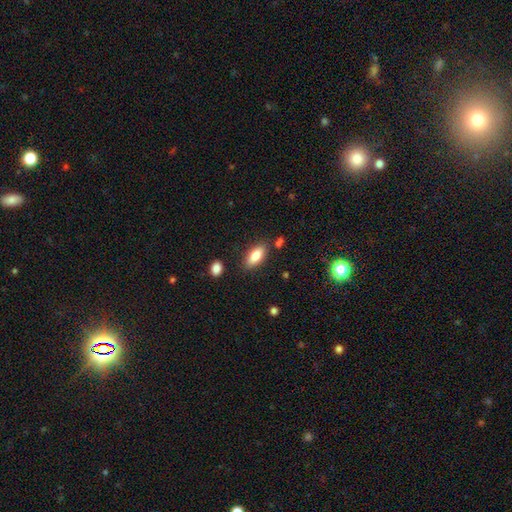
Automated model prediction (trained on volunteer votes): Smooth or featured? smooth (82%)
How rounded? in between (84%)
Merging? none (82%)